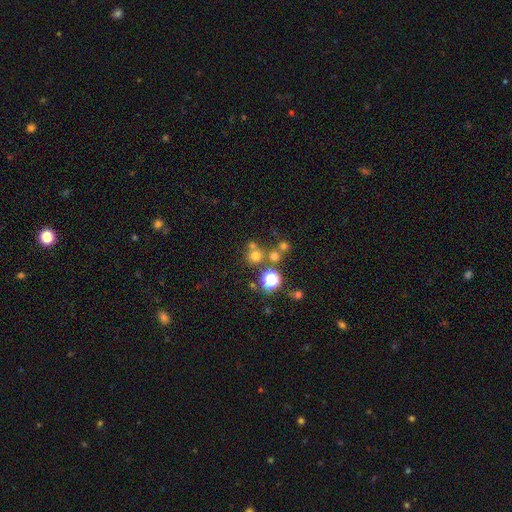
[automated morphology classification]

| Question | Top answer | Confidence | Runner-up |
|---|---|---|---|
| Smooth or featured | smooth | 63% | star or artifact (26%) |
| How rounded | round | 90% | in between (9%) |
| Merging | none | 64% | merger (24%) |